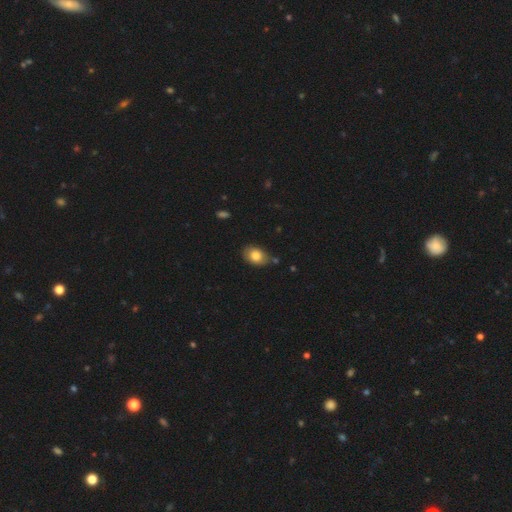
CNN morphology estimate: smooth_or_featured: smooth (p=0.81) [alt: featured or disk p=0.11]
how_rounded: in between (p=0.78) [alt: round p=0.21]
merging: none (p=0.74) [alt: minor disturbance p=0.18]